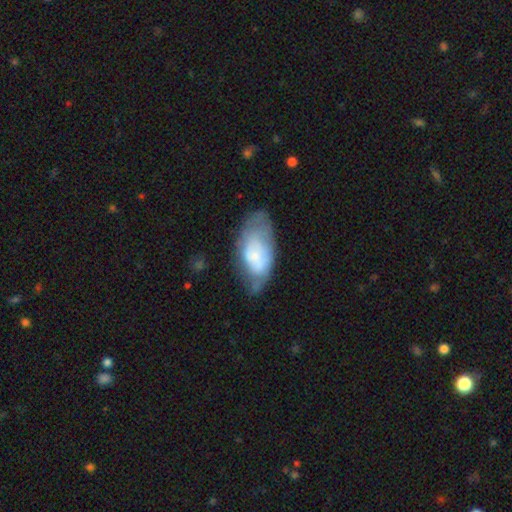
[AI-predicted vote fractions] Q: Smooth or featured?
A: smooth (57%); runner-up: featured or disk (36%)
Q: How rounded?
A: in between (92%); runner-up: cigar-shaped (4%)
Q: Merging?
A: none (40%); runner-up: minor disturbance (33%)